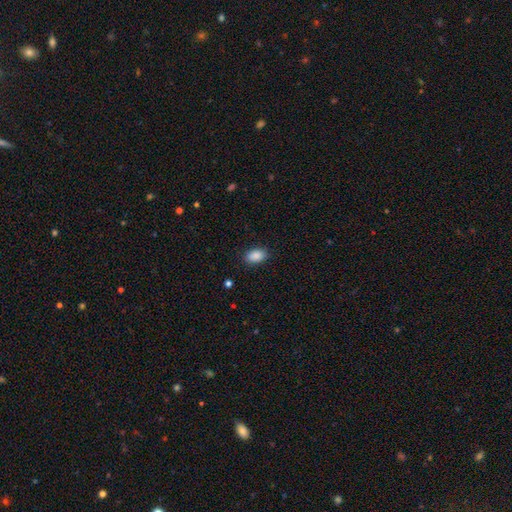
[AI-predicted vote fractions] Smooth or featured: smooth — 89% (star or artifact — 8%)
How rounded: in between — 90% (round — 8%)
Merging: none — 87% (minor disturbance — 10%)